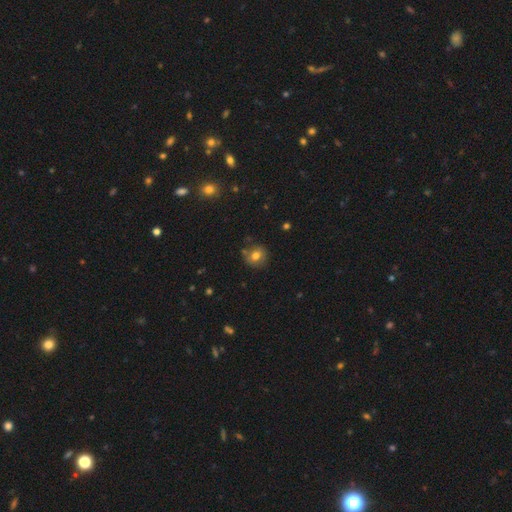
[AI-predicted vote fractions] Smooth or featured: smooth — 76% (featured or disk — 12%)
How rounded: round — 83% (in between — 16%)
Merging: none — 77% (minor disturbance — 15%)